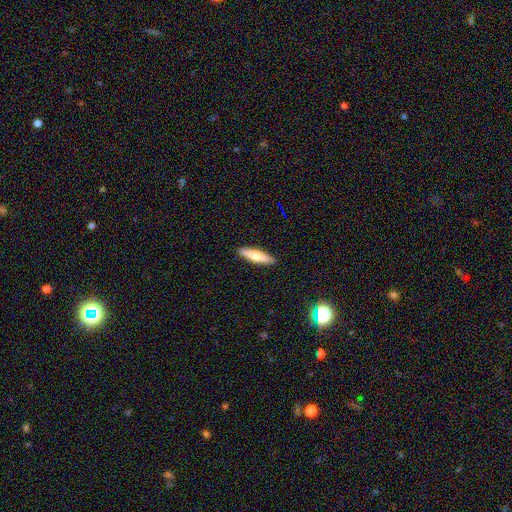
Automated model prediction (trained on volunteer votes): Smooth or featured? Predicted: smooth (p=0.61). How rounded? Predicted: cigar-shaped (p=0.80). Merging? Predicted: none (p=0.91).